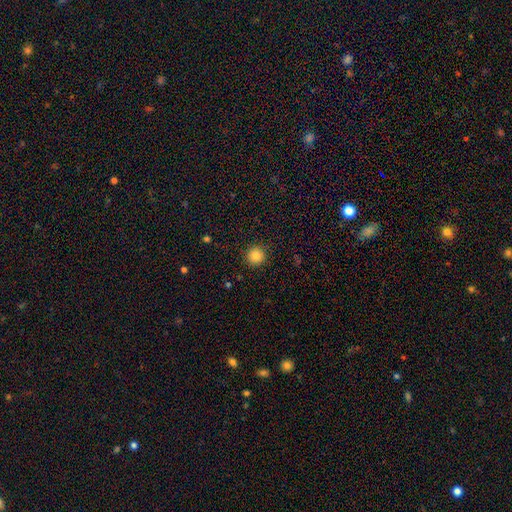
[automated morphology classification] Smooth or featured: smooth — 85% (star or artifact — 11%)
How rounded: round — 95% (in between — 4%)
Merging: none — 92% (minor disturbance — 5%)